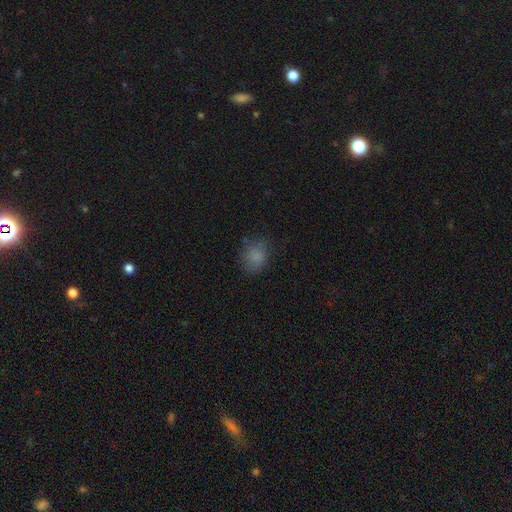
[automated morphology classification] Smooth or featured?
  - smooth: 81% *
  - star or artifact: 11%
  - featured or disk: 8%
How rounded?
  - in between: 57% *
  - round: 42%
  - cigar-shaped: 1%
Merging?
  - none: 71% *
  - minor disturbance: 20%
  - major disturbance: 7%
  - merger: 1%